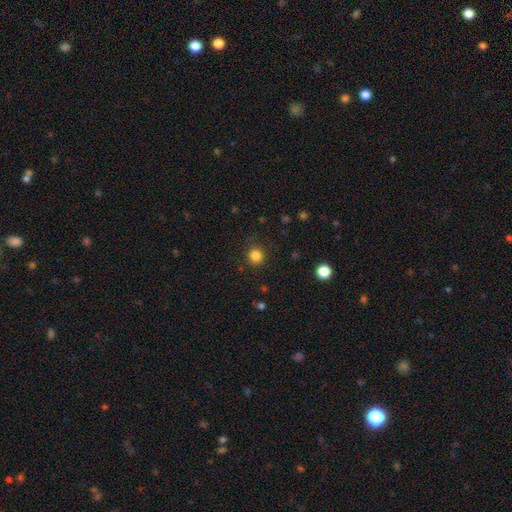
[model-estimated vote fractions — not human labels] Smooth or featured? Predicted: smooth (p=0.84). How rounded? Predicted: round (p=0.93). Merging? Predicted: none (p=0.88).